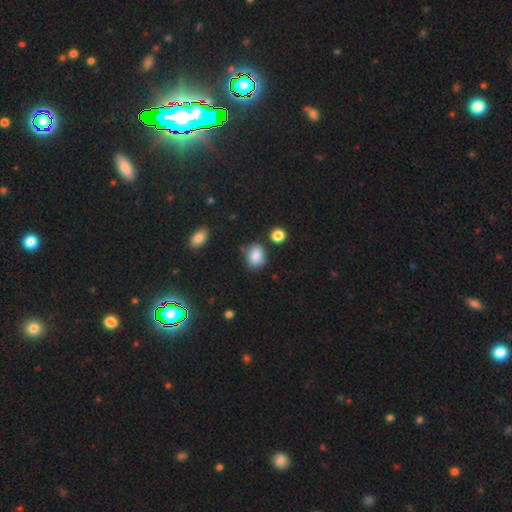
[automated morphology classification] Smooth or featured? smooth (85%)
How rounded? in between (59%)
Merging? none (69%)